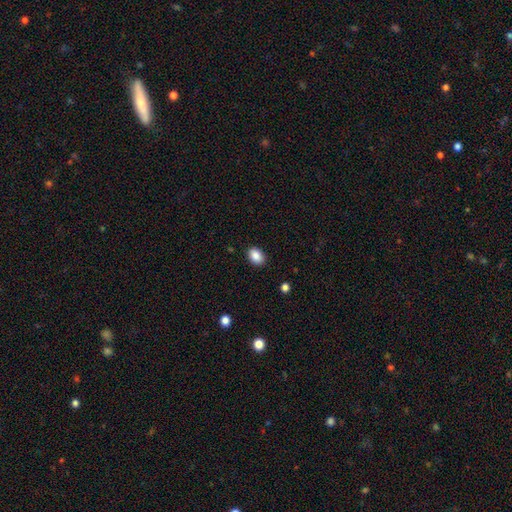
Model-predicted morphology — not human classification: Smooth or featured? Predicted: smooth (p=0.88). How rounded? Predicted: in between (p=0.74). Merging? Predicted: none (p=0.89).